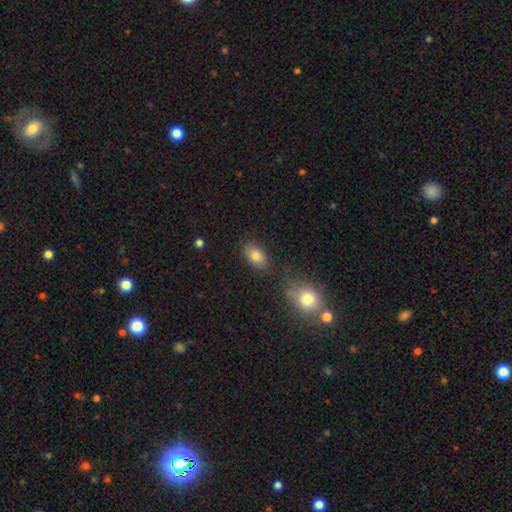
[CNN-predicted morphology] The model was most divided on "merging": none: 76%, minor disturbance: 12%, merger: 9%, major disturbance: 4%. More confident: how rounded — in between (87%); smooth or featured — smooth (81%).